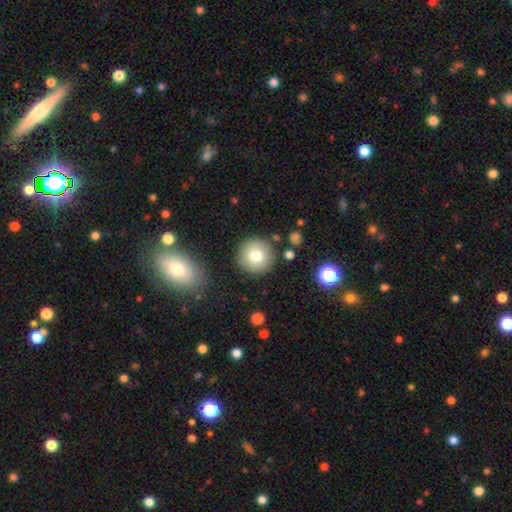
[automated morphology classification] The model was most divided on "smooth or featured": smooth: 77%, featured or disk: 12%, star or artifact: 11%. More confident: how rounded — round (95%); merging — none (87%).